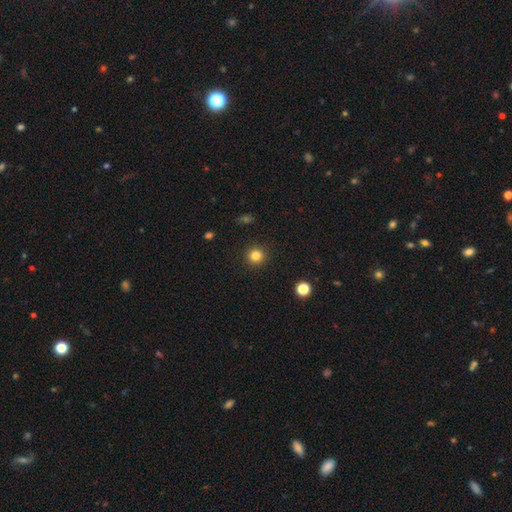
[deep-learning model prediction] A smooth galaxy with no disk features (83%) that is round (95%).

Vote fractions:
- Smooth or featured? smooth: 83% / star or artifact: 12% / featured or disk: 5%
- How rounded? round: 95% / in between: 4% / cigar-shaped: 1%
- Merging? none: 92% / minor disturbance: 5% / major disturbance: 2% / merger: 1%